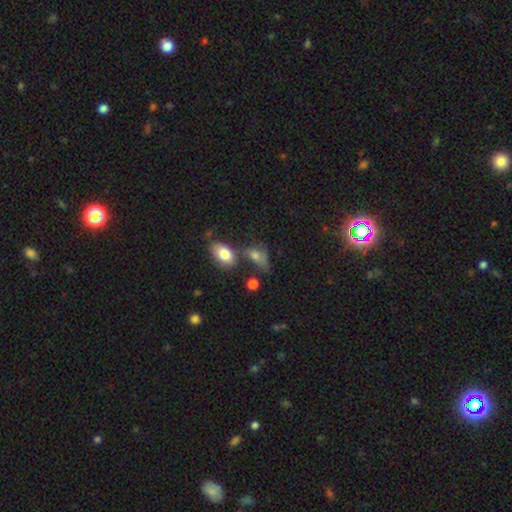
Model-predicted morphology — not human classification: Smooth or featured? smooth (72%)
How rounded? in between (83%)
Merging? none (39%)